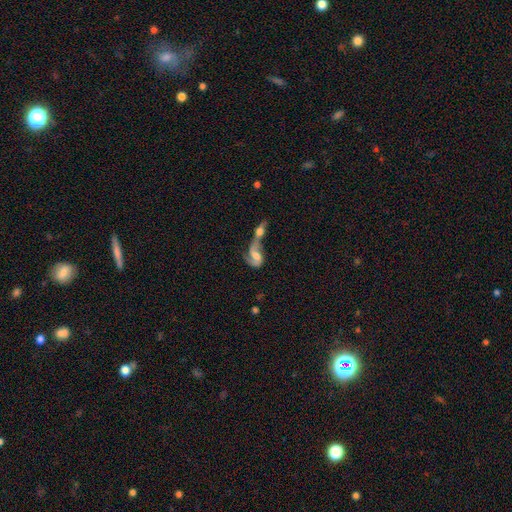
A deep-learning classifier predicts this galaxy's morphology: Q: Smooth or featured?
A: featured or disk (72%); runner-up: smooth (20%)
Q: Edge-on disk?
A: no (95%); runner-up: yes (5%)
Q: Bar?
A: weak (44%); runner-up: no (43%)
Q: Spiral arms?
A: yes (89%); runner-up: no (11%)
Q: Spiral winding?
A: loose (48%); runner-up: medium (38%)
Q: Spiral arm count?
A: 2 (72%); runner-up: 1 (18%)
Q: Bulge size?
A: moderate (48%); runner-up: small (27%)
Q: Merging?
A: merger (71%); runner-up: none (13%)